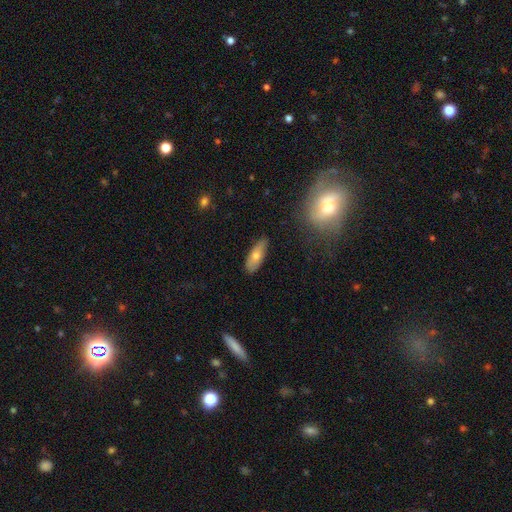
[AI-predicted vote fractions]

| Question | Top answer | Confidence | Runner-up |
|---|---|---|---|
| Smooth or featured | smooth | 64% | featured or disk (28%) |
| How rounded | in between | 64% | cigar-shaped (33%) |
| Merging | none | 81% | minor disturbance (15%) |